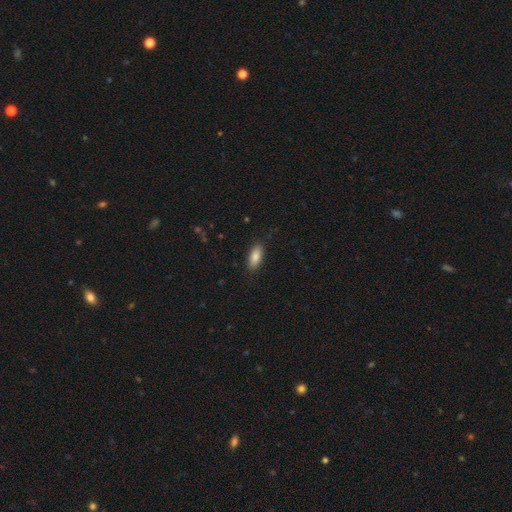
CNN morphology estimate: Q: Smooth or featured?
A: smooth (85%); runner-up: featured or disk (8%)
Q: How rounded?
A: in between (80%); runner-up: cigar-shaped (18%)
Q: Merging?
A: none (86%); runner-up: minor disturbance (10%)